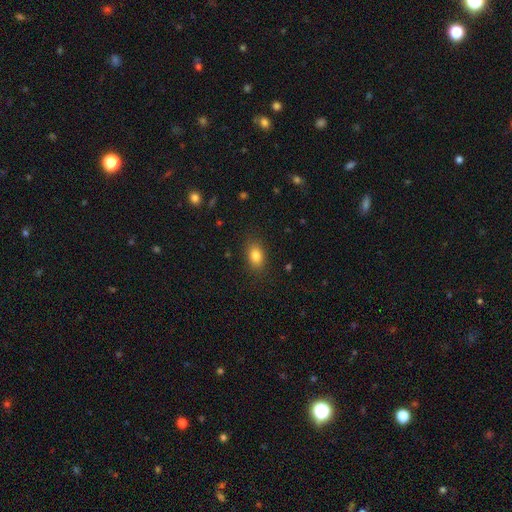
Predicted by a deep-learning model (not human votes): Overall: smooth (84%). How rounded: in between (81%). Merging: none (86%).